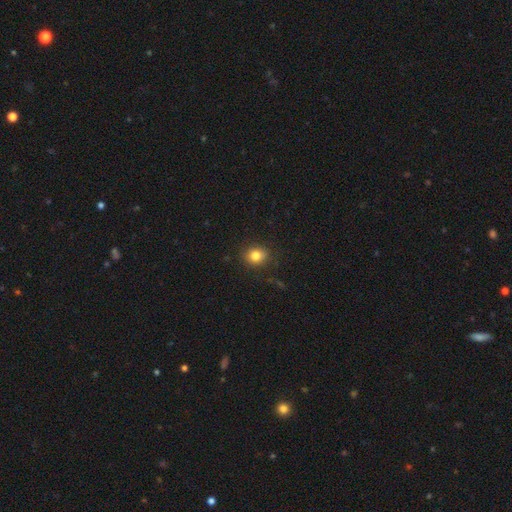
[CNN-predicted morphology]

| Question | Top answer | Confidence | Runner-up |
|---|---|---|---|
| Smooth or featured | smooth | 82% | star or artifact (11%) |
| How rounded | round | 74% | in between (25%) |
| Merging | none | 85% | minor disturbance (11%) |